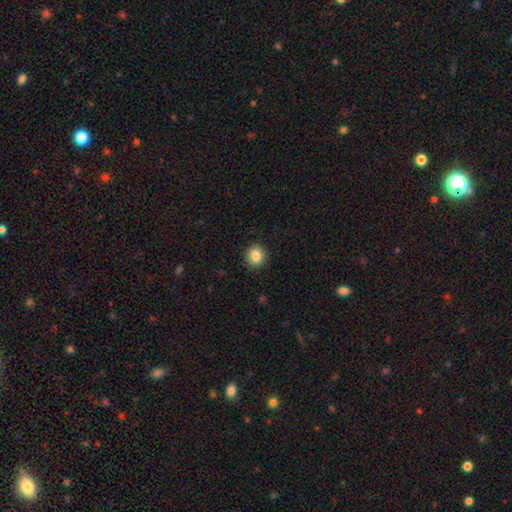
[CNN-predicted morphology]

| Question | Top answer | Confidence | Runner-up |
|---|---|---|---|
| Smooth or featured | smooth | 86% | star or artifact (9%) |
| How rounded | round | 84% | in between (15%) |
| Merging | none | 91% | minor disturbance (6%) |